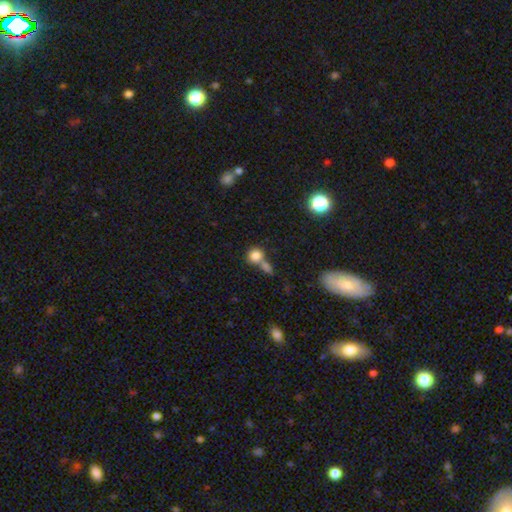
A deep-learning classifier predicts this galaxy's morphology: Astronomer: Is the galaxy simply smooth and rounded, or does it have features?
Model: smooth — 81%.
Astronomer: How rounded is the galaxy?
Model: round — 80%.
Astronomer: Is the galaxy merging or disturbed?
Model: none — 45% (runner-up: merger, 41%).